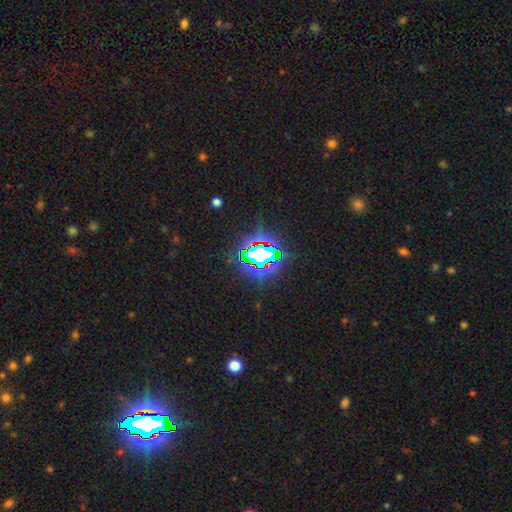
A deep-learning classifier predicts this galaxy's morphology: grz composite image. It shows a star or artifact, not a galaxy (76%).